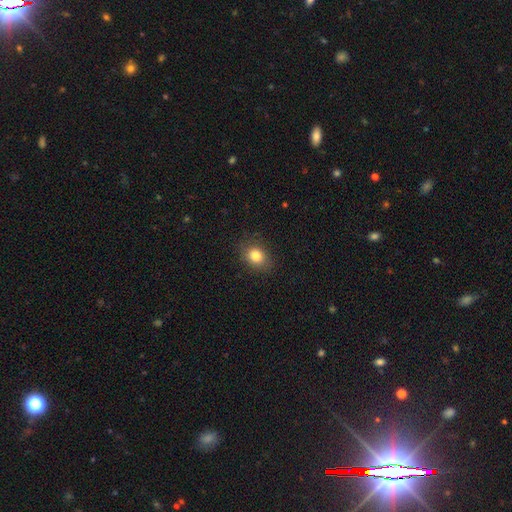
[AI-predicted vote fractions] smooth_or_featured: smooth (p=0.82) [alt: star or artifact p=0.10]
how_rounded: in between (p=0.53) [alt: round p=0.46]
merging: none (p=0.84) [alt: minor disturbance p=0.11]